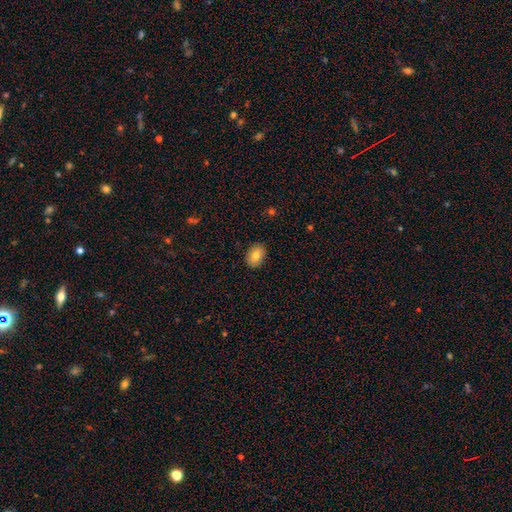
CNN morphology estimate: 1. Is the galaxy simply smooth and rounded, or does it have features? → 80% smooth, 12% featured or disk, 8% star or artifact.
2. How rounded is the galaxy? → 75% in between, 24% round, 1% cigar-shaped.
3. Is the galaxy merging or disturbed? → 89% none, 8% minor disturbance, 2% major disturbance, 1% merger.